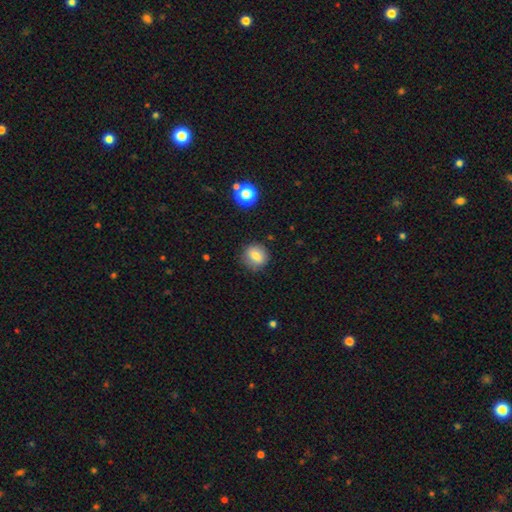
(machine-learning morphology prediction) The model was most divided on "how rounded": round: 81%, in between: 18%, cigar-shaped: 1%. More confident: merging — none (83%); smooth or featured — smooth (79%).